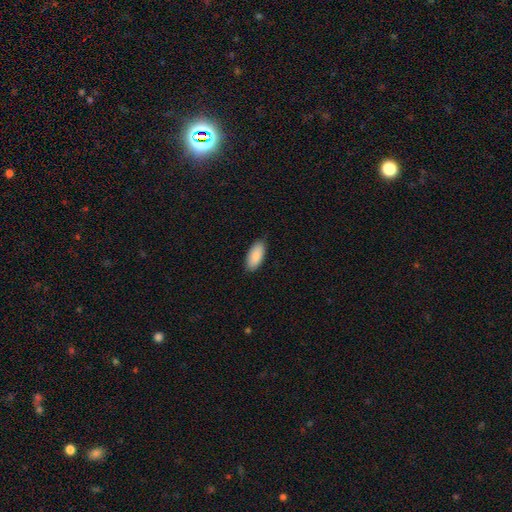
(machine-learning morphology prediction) Smooth or featured: smooth — 89% (star or artifact — 6%)
How rounded: in between — 91% (cigar-shaped — 8%)
Merging: none — 86% (minor disturbance — 11%)